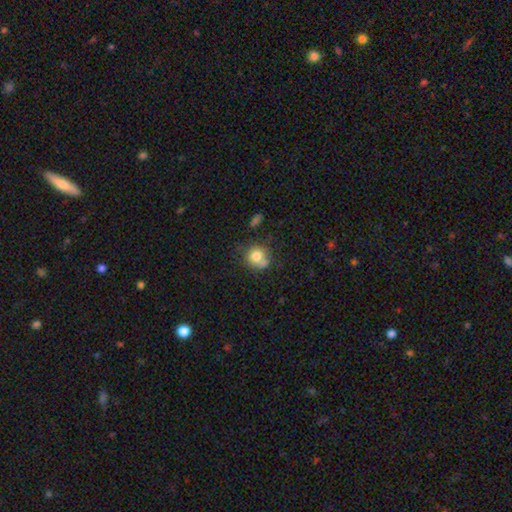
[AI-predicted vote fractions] smooth_or_featured: smooth (p=0.78) [alt: featured or disk p=0.12]
how_rounded: round (p=0.79) [alt: in between p=0.20]
merging: none (p=0.54) [alt: minor disturbance p=0.22]